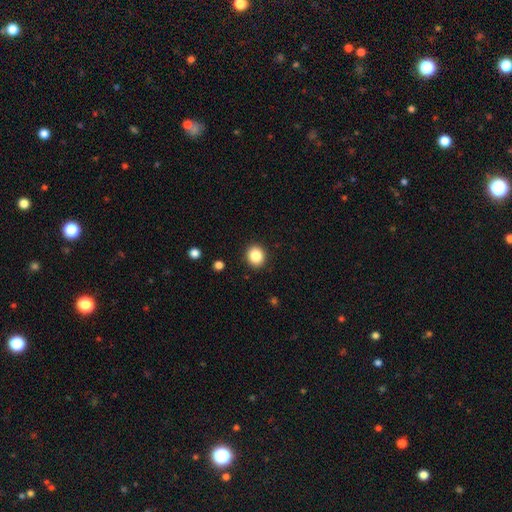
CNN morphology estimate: Smooth or featured: smooth — 85% (star or artifact — 10%)
How rounded: round — 80% (in between — 19%)
Merging: none — 91% (minor disturbance — 6%)